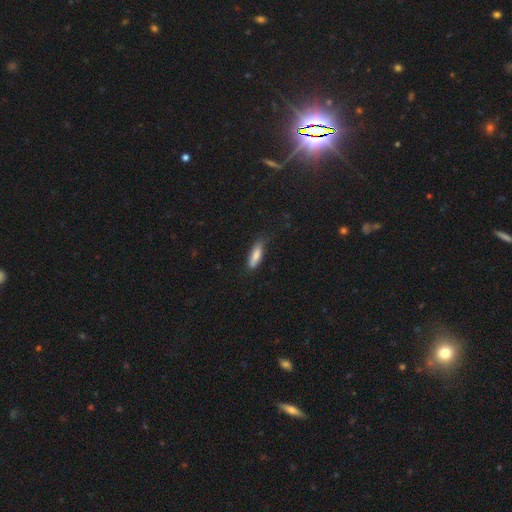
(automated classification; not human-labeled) smooth_or_featured: smooth (p=0.80) [alt: featured or disk p=0.13]
how_rounded: cigar-shaped (p=0.50) [alt: in between p=0.48]
merging: none (p=0.70) [alt: minor disturbance p=0.23]